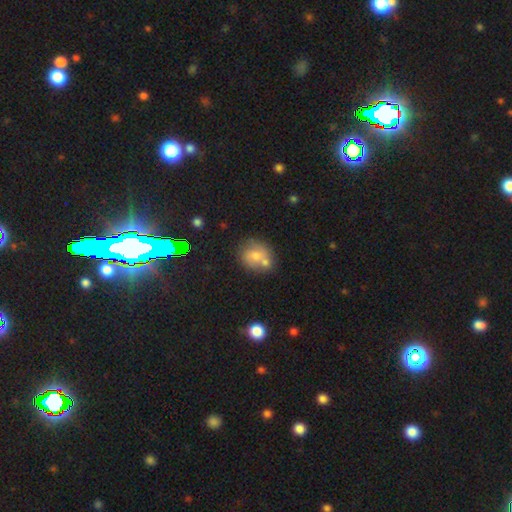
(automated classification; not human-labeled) Smooth or featured?
  - smooth: 66% *
  - featured or disk: 21%
  - star or artifact: 13%
How rounded?
  - round: 75% *
  - in between: 23%
  - cigar-shaped: 1%
Merging?
  - none: 51% *
  - merger: 30%
  - minor disturbance: 14%
  - major disturbance: 5%